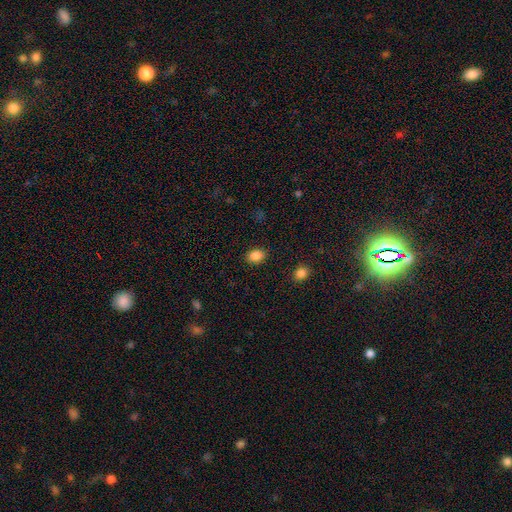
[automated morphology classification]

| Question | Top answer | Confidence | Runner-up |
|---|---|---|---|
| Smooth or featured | smooth | 87% | star or artifact (10%) |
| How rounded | in between | 66% | round (33%) |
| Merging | none | 88% | minor disturbance (8%) |